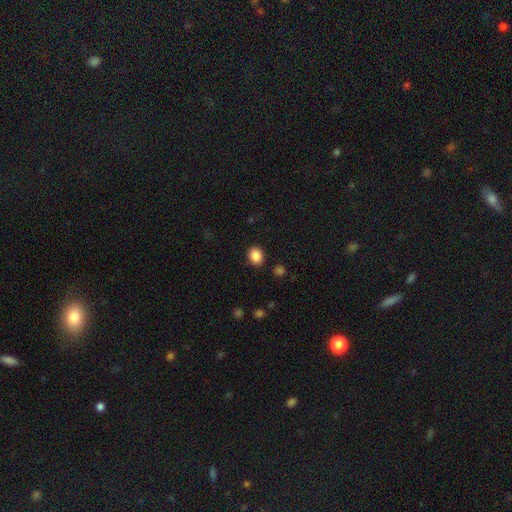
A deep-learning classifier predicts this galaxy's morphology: Smooth or featured: smooth — 87% (star or artifact — 9%)
How rounded: round — 56% (in between — 43%)
Merging: none — 88% (minor disturbance — 8%)